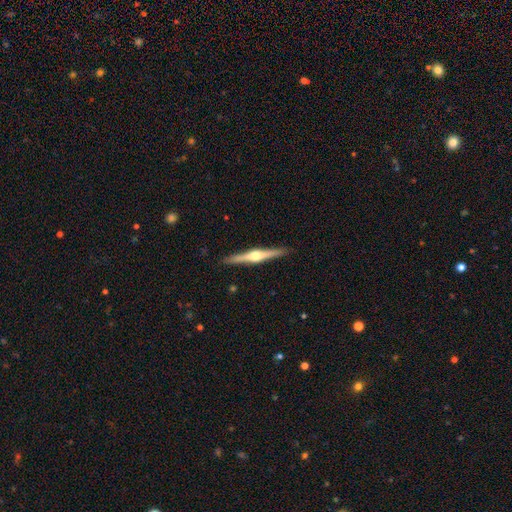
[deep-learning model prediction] The model was most divided on "smooth or featured": featured or disk: 78%, smooth: 18%, star or artifact: 5%. More confident: edge-on disk — yes (98%); edge-on bulge — rounded (93%); merging — none (91%).